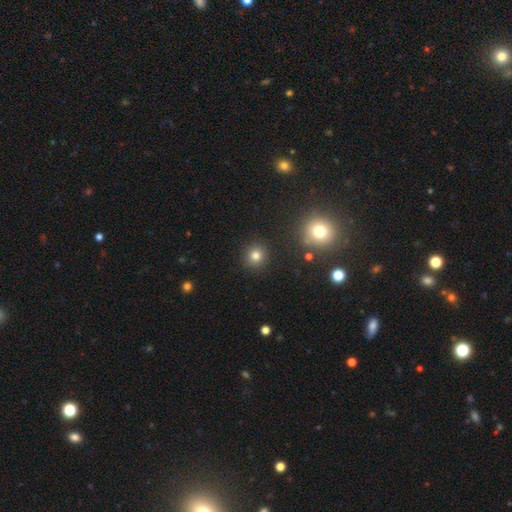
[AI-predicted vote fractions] This appears to be a smooth galaxy with no disk features (78%) that is round (92%). Merging: none (90%).